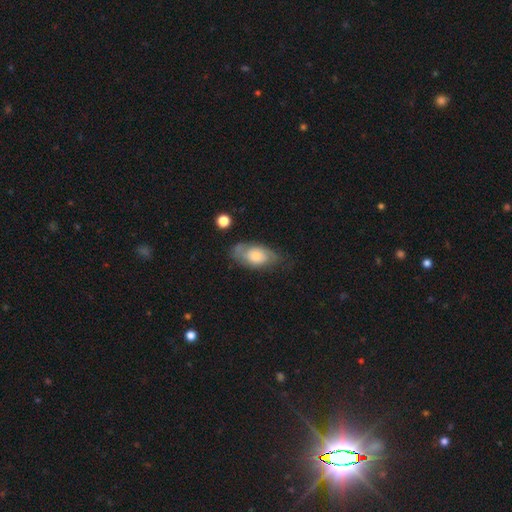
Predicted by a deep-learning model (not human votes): Smooth or featured? smooth (48%)
Merging? none (59%)